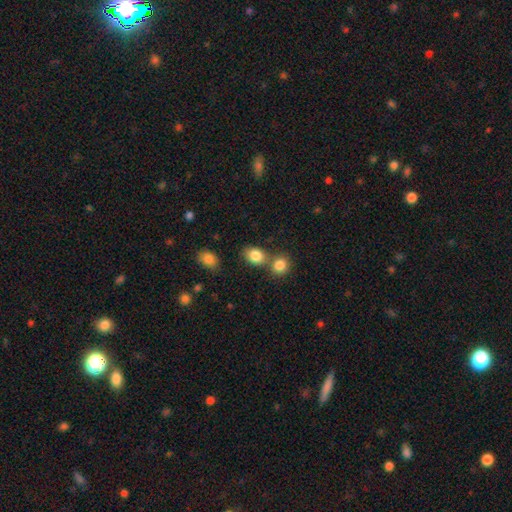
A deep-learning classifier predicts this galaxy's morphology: Smooth or featured: smooth — 84% (star or artifact — 9%)
How rounded: in between — 60% (round — 39%)
Merging: none — 54% (merger — 33%)